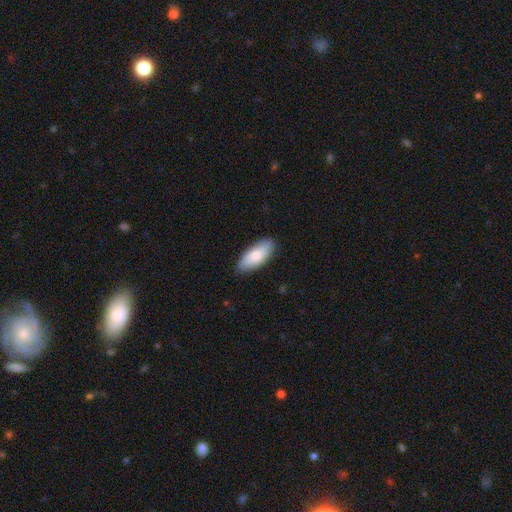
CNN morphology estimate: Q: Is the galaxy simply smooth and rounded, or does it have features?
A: smooth — 83%.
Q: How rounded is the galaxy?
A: in between — 81%.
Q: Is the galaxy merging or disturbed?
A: none — 86%.